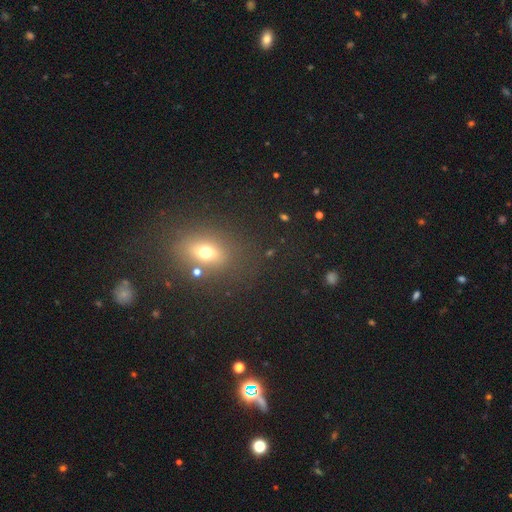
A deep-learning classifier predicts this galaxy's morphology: The model was most divided on "smooth or featured": smooth: 49%, star or artifact: 37%, featured or disk: 14%. More confident: merging — none (76%).